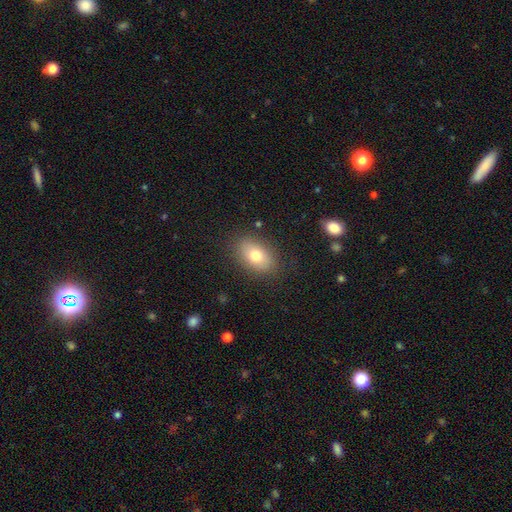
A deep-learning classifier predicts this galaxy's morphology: Q: Smooth or featured?
A: smooth (75%); runner-up: featured or disk (16%)
Q: How rounded?
A: in between (83%); runner-up: round (16%)
Q: Merging?
A: none (84%); runner-up: minor disturbance (11%)